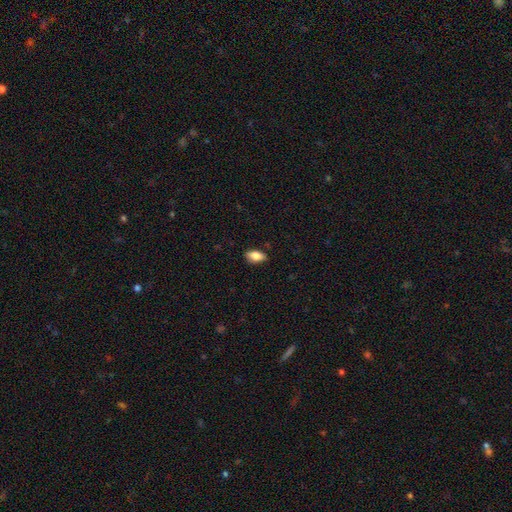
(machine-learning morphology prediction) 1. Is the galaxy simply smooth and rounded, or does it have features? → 83% smooth, 10% featured or disk, 7% star or artifact.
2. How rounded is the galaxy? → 89% in between, 6% cigar-shaped, 5% round.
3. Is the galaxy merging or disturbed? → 85% none, 12% minor disturbance, 2% major disturbance, 1% merger.